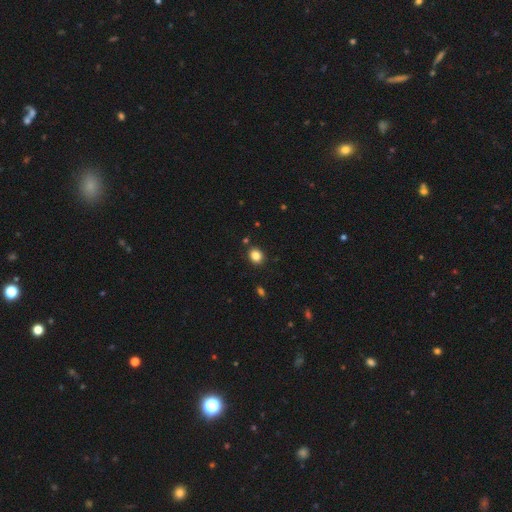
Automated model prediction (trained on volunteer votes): Smooth or featured: smooth — 85% (star or artifact — 11%)
How rounded: round — 61% (in between — 39%)
Merging: none — 88% (minor disturbance — 8%)